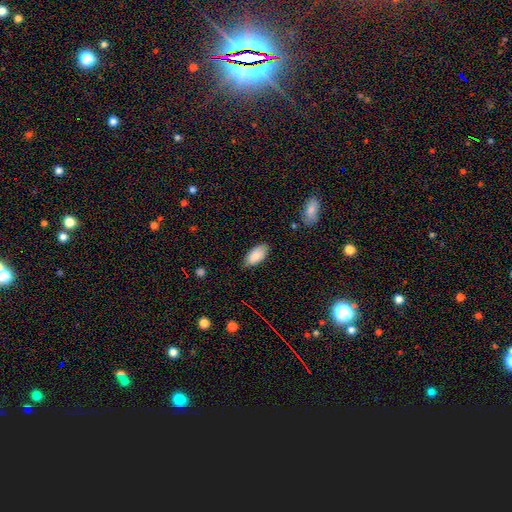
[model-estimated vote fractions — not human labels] Smooth or featured?
  - smooth: 88% *
  - star or artifact: 7%
  - featured or disk: 5%
How rounded?
  - in between: 93% *
  - cigar-shaped: 5%
  - round: 2%
Merging?
  - none: 82% *
  - minor disturbance: 15%
  - major disturbance: 2%
  - merger: 1%